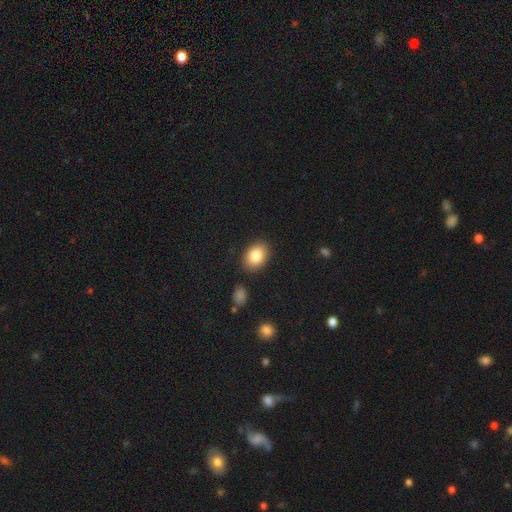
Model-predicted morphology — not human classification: A smooth galaxy with no disk features (84%) that is in between round and cigar-shaped (80%). Merging: none (86%).